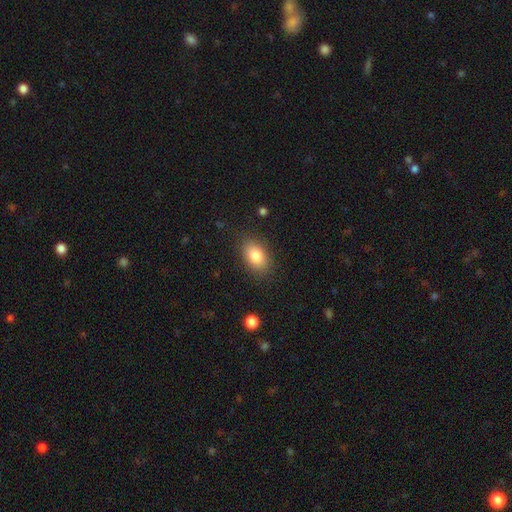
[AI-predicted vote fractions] Smooth or featured: smooth — 83% (featured or disk — 9%)
How rounded: in between — 87% (round — 11%)
Merging: none — 85% (minor disturbance — 11%)